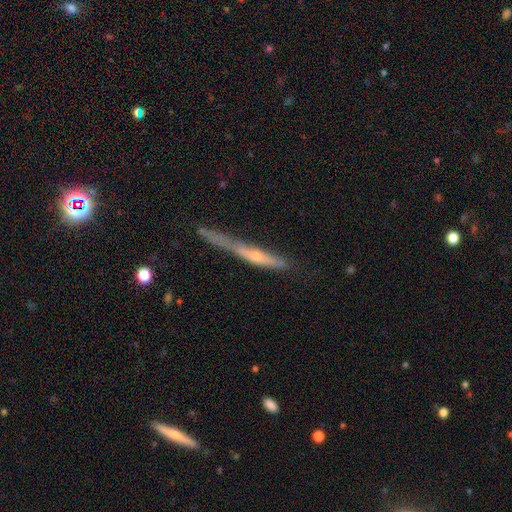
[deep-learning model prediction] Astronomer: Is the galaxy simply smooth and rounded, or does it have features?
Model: featured or disk — 58% (runner-up: smooth, 34%).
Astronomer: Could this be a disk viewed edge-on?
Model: yes — 90%.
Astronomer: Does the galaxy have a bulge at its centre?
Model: rounded — 49% (runner-up: none, 45%).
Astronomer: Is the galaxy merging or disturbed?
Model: none — 52% (runner-up: minor disturbance, 28%).